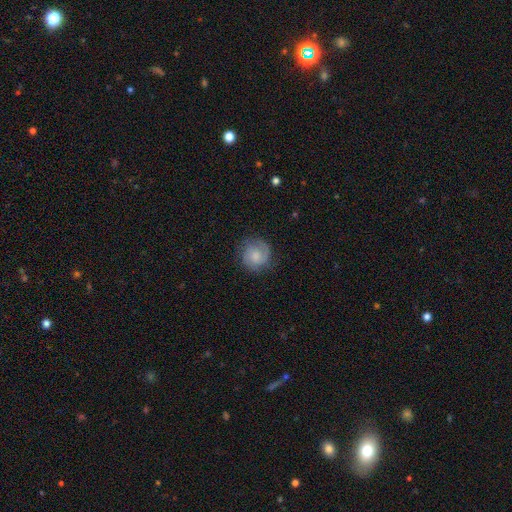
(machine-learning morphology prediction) Smooth or featured?
  - featured or disk: 59% *
  - smooth: 33%
  - star or artifact: 8%
Edge-on disk?
  - no: 98% *
  - yes: 2%
Bar?
  - no: 61% *
  - weak: 35%
  - strong: 5%
Spiral arms?
  - yes: 92% *
  - no: 8%
Spiral winding?
  - tight: 46% *
  - medium: 41%
  - loose: 13%
Spiral arm count?
  - 2: 67% *
  - can't tell: 14%
  - 3: 8%
  - 1: 7%
  - 4: 2%
  - more than 4: 2%
Bulge size?
  - moderate: 35% *
  - small: 32%
  - none: 22%
  - large: 9%
  - dominant: 2%
Merging?
  - none: 78% *
  - minor disturbance: 15%
  - major disturbance: 6%
  - merger: 1%